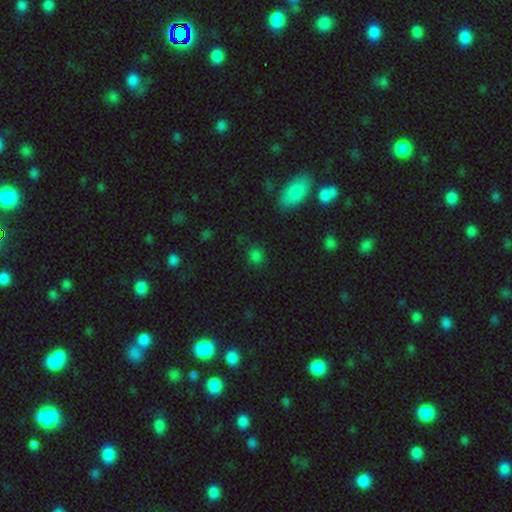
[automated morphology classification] Overall: smooth (76%). How rounded: round (75%). Merging: none (81%).